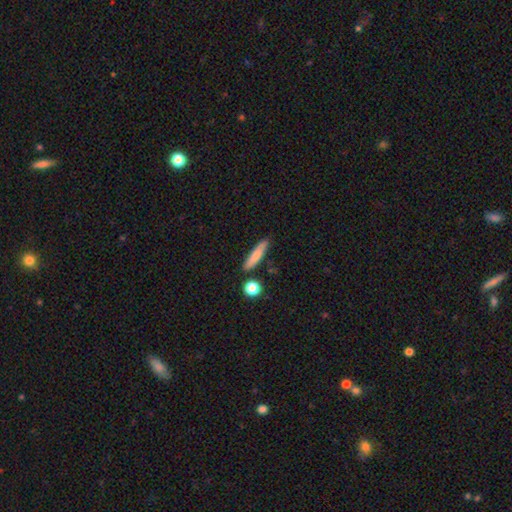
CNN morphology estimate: Overall: smooth (74%). How rounded: cigar-shaped (82%). Merging: none (82%).